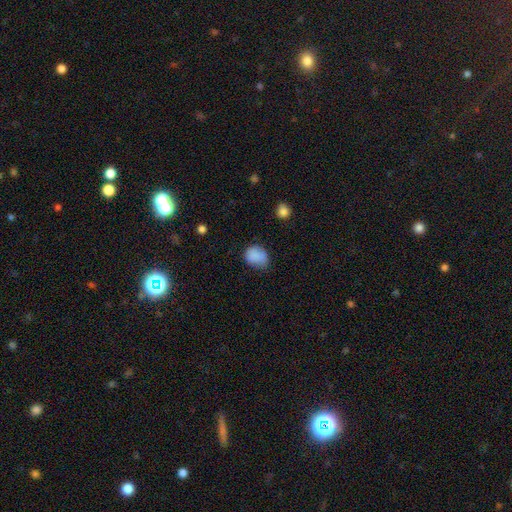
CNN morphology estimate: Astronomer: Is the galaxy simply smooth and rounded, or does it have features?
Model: smooth — 85%.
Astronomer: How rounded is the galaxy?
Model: in between — 54% (runner-up: round, 45%).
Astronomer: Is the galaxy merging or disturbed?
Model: none — 60%.